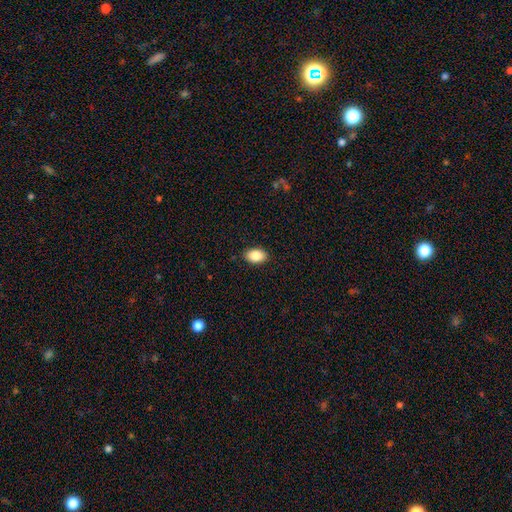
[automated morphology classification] smooth_or_featured: smooth (p=0.87) [alt: star or artifact p=0.07]
how_rounded: in between (p=0.88) [alt: round p=0.10]
merging: none (p=0.89) [alt: minor disturbance p=0.08]